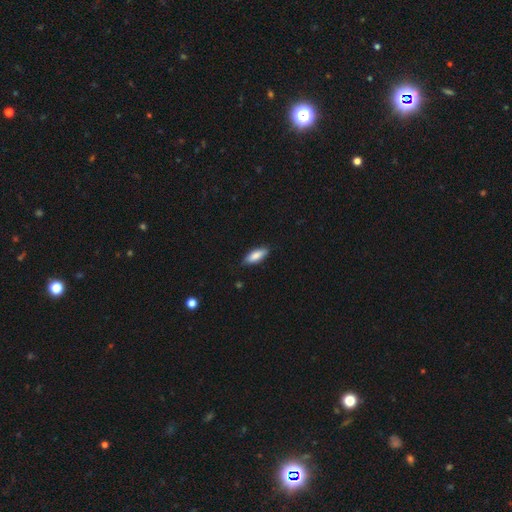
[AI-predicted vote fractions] smooth_or_featured: smooth (p=0.84) [alt: featured or disk p=0.11]
how_rounded: in between (p=0.70) [alt: cigar-shaped p=0.28]
merging: none (p=0.85) [alt: minor disturbance p=0.12]